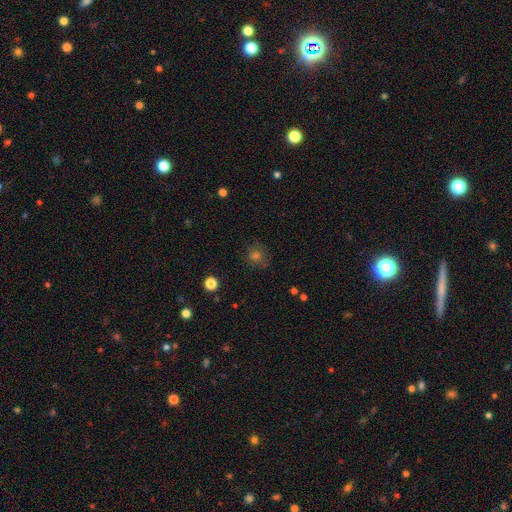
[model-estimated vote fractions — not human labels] Smooth or featured? Predicted: smooth (p=0.59). How rounded? Predicted: round (p=0.82). Merging? Predicted: none (p=0.76).